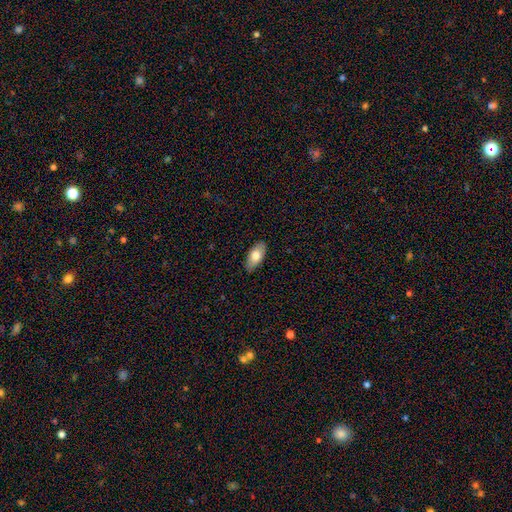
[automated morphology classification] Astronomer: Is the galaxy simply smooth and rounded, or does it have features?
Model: smooth — 75%.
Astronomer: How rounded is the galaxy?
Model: in between — 90%.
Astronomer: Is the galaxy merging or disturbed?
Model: none — 87%.